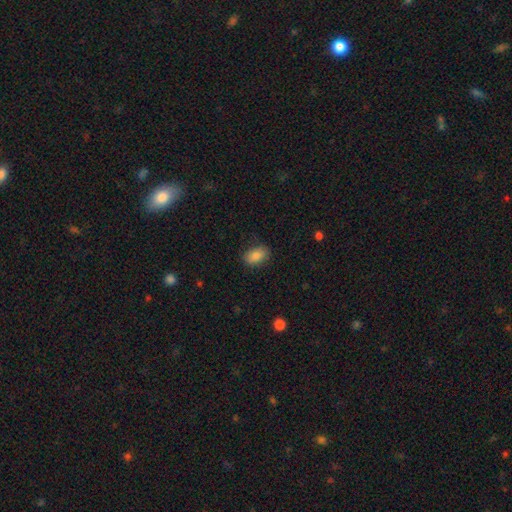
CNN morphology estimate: Smooth or featured: smooth — 86% (star or artifact — 8%)
How rounded: in between — 89% (round — 9%)
Merging: none — 85% (minor disturbance — 11%)